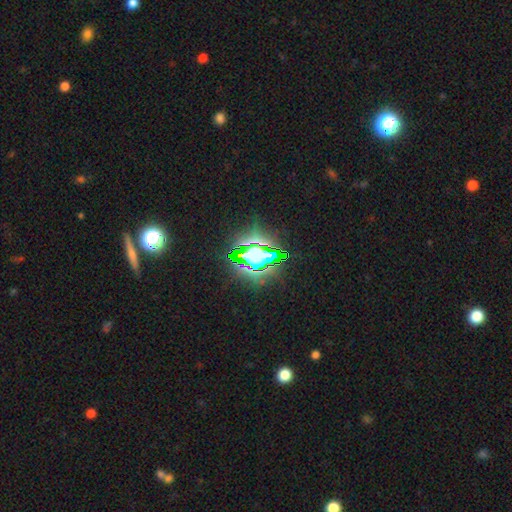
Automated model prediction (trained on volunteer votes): Q: Smooth or featured?
A: star or artifact (72%); runner-up: smooth (18%)